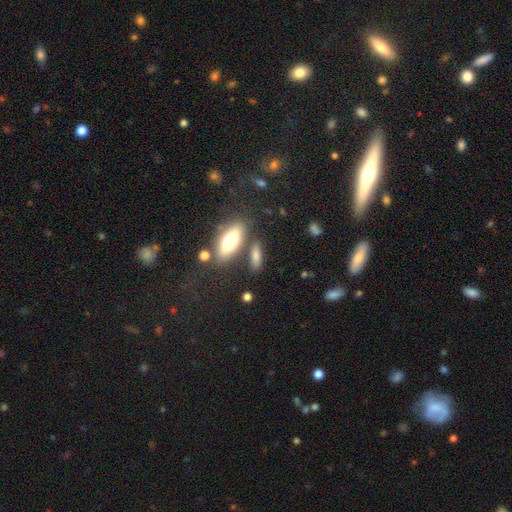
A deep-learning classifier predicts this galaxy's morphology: Smooth or featured? smooth (74%)
How rounded? in between (51%)
Merging? none (69%)